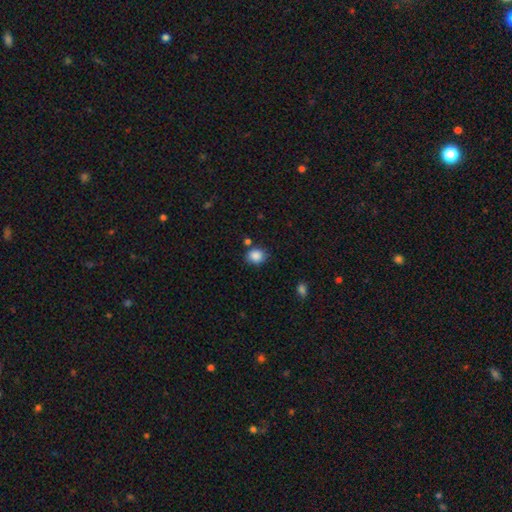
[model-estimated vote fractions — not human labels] smooth_or_featured: smooth (p=0.87) [alt: star or artifact p=0.09]
how_rounded: round (p=0.67) [alt: in between p=0.33]
merging: none (p=0.78) [alt: minor disturbance p=0.13]